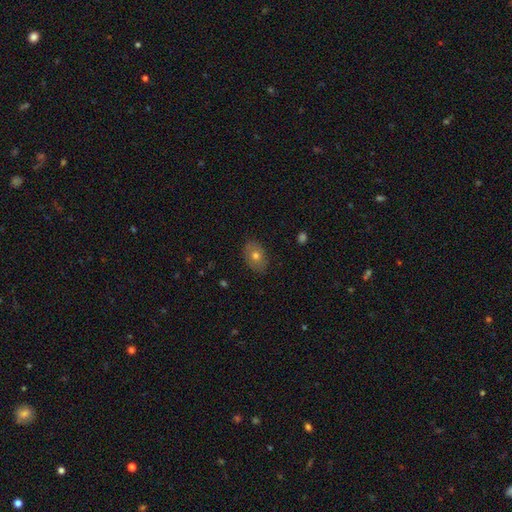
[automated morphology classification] Smooth or featured: smooth — 70% (featured or disk — 20%)
How rounded: in between — 78% (round — 20%)
Merging: none — 86% (minor disturbance — 11%)